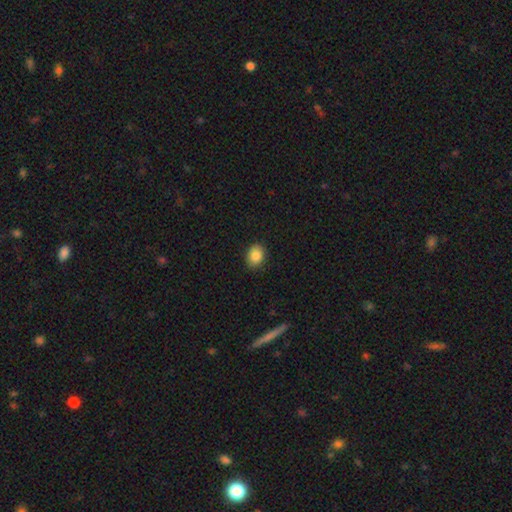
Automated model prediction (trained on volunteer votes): Overall: smooth (85%). How rounded: in between (55%; round 44%). Merging: none (88%).